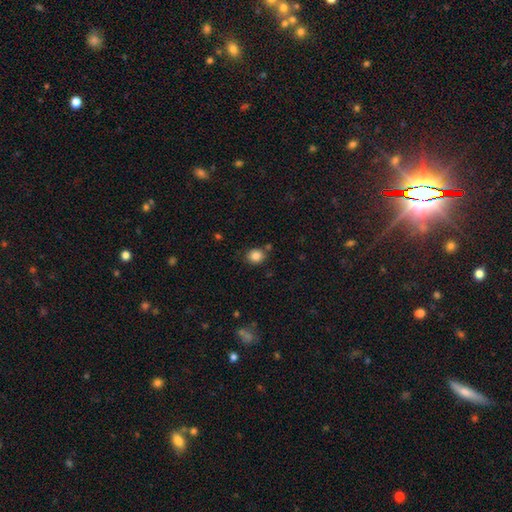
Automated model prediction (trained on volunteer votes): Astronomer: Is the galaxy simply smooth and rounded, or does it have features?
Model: smooth — 85%.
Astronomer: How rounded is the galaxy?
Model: round — 77%.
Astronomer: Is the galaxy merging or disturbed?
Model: none — 78%.